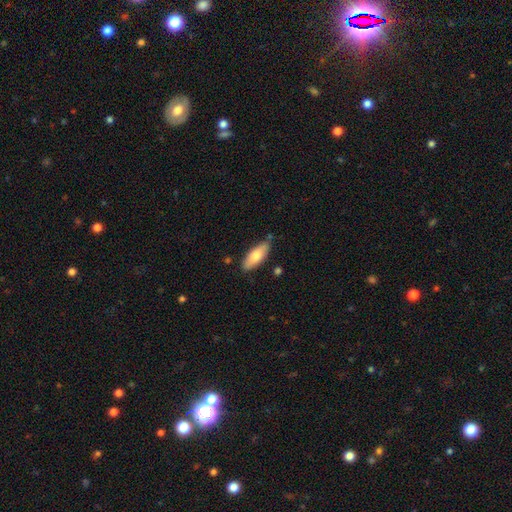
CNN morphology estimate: smooth_or_featured: smooth (p=0.73) [alt: featured or disk p=0.21]
how_rounded: in between (p=0.72) [alt: cigar-shaped p=0.26]
merging: none (p=0.79) [alt: minor disturbance p=0.15]